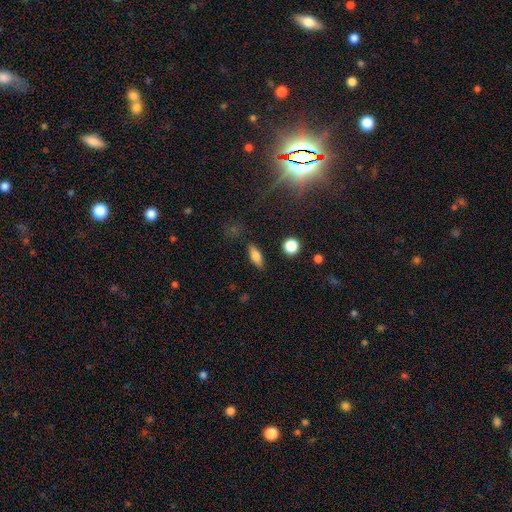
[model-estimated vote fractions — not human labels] A smooth galaxy with no disk features (73%) that is in between round and cigar-shaped (70%). Merging: none (85%).